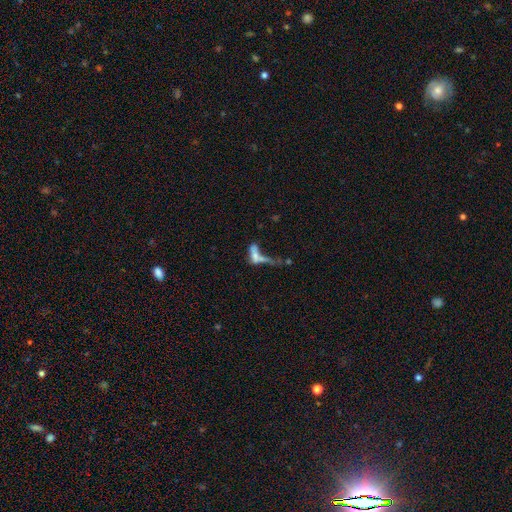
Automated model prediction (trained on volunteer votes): Smooth or featured? smooth (47%)
Merging? merger (48%)